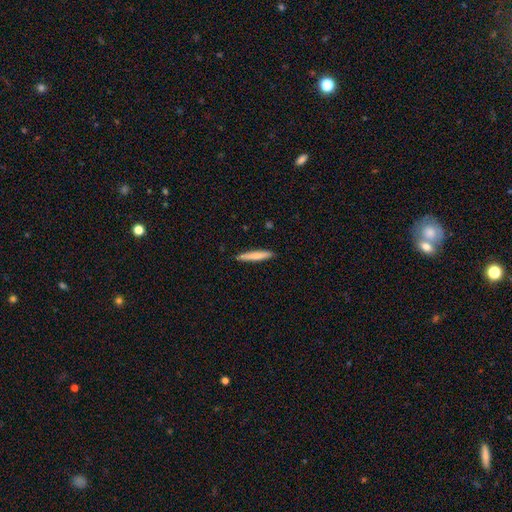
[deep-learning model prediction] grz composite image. It shows a smooth galaxy with no disk features (74%) that is cigar-shaped (94%). Merging: none (89%).